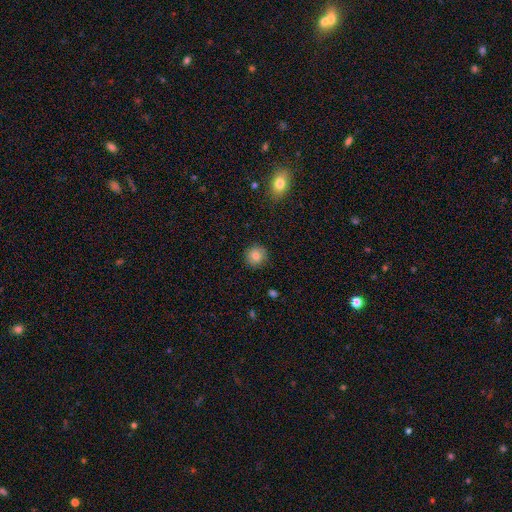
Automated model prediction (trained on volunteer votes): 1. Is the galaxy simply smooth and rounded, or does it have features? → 83% smooth, 10% star or artifact, 7% featured or disk.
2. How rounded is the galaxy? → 88% round, 11% in between, 1% cigar-shaped.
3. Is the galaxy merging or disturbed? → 89% none, 8% minor disturbance, 2% major disturbance, 1% merger.